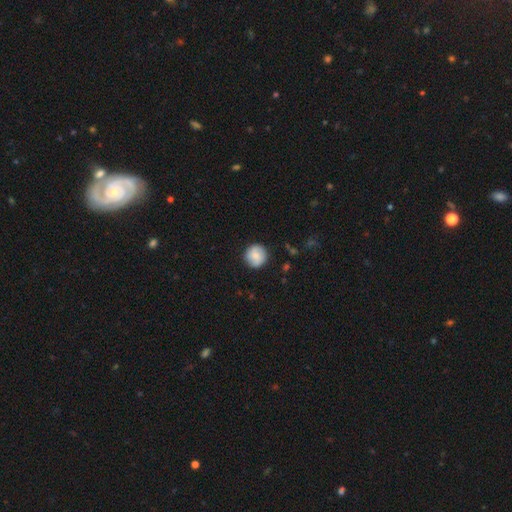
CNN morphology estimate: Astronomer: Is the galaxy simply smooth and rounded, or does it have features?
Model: smooth — 72%.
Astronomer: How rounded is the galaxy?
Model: round — 94%.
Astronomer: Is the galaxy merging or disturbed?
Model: none — 86%.